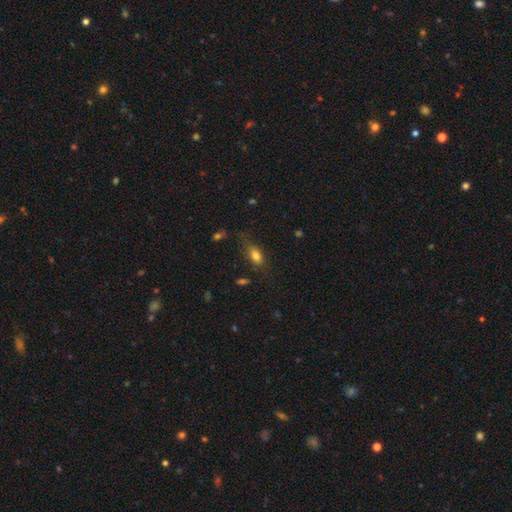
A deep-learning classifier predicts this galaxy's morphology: smooth 78%, featured or disk 12%, star or artifact 10%. Down the decision tree: how rounded — in between (81%); merging — none (63%).